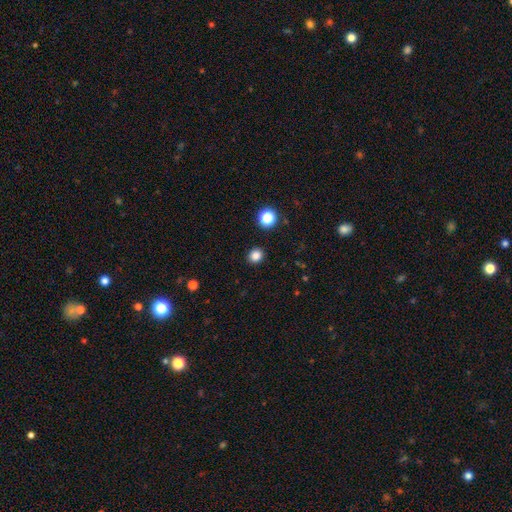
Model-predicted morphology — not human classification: smooth-or-featured: smooth: 84% | star or artifact: 13% | featured or disk: 4%
  how-rounded: round: 77% | in between: 22% | cigar-shaped: 1%
  merging: none: 90% | minor disturbance: 6% | major disturbance: 2% | merger: 2%